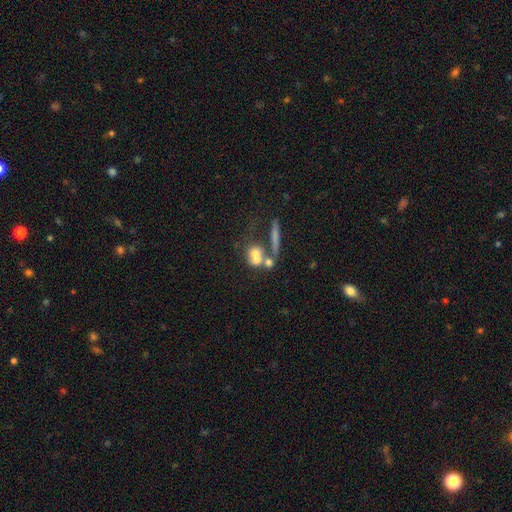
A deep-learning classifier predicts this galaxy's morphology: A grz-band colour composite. It shows a smooth galaxy with no disk features (61%) that is round (54%). Merging: merger (50%).